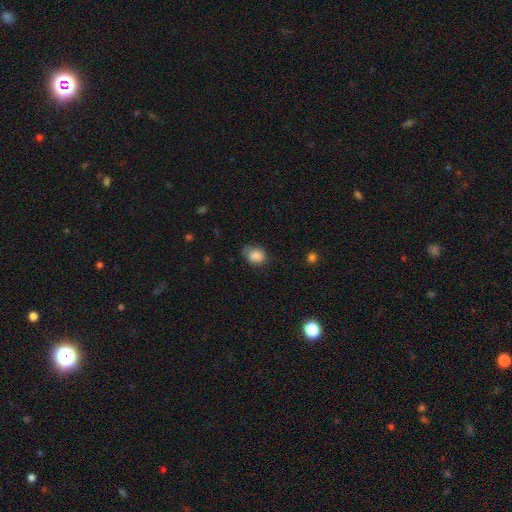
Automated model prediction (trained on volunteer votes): Smooth or featured? Predicted: smooth (p=0.83). How rounded? Predicted: in between (p=0.50). Merging? Predicted: none (p=0.54).